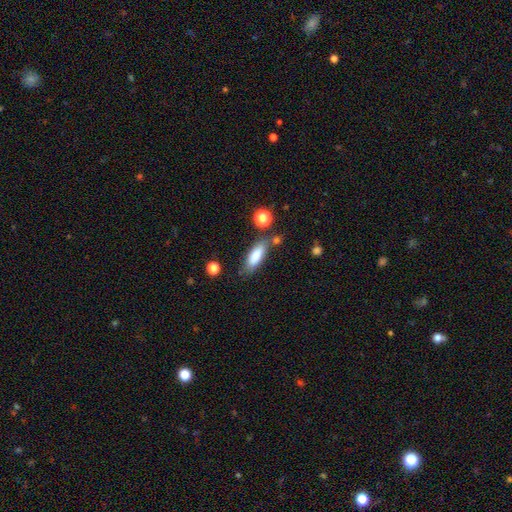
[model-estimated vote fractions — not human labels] A smooth galaxy with no disk features (82%) that is in between round and cigar-shaped (62%). Merging: none (68%).